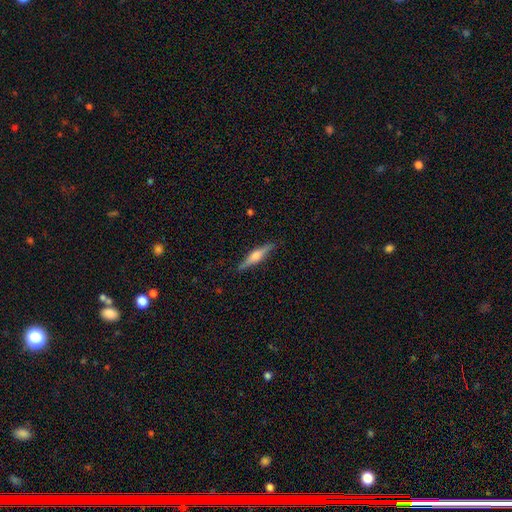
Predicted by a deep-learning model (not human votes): Morphology: type=featured or disk (68%); edge-on=yes (97%); edge-on bulge=rounded (86%); merging=none (89%).